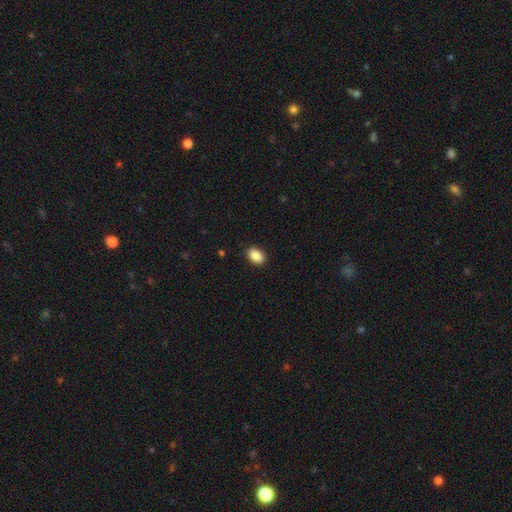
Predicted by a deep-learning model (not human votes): Smooth or featured: smooth — 89% (star or artifact — 8%)
How rounded: in between — 88% (round — 11%)
Merging: none — 90% (minor disturbance — 7%)